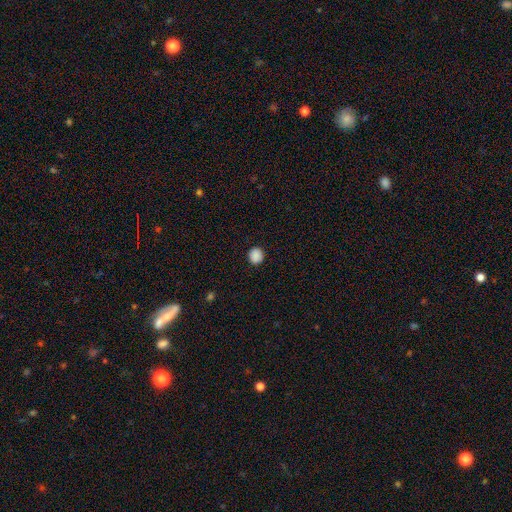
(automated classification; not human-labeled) Q: Smooth or featured?
A: smooth (89%); runner-up: star or artifact (9%)
Q: How rounded?
A: round (90%); runner-up: in between (9%)
Q: Merging?
A: none (92%); runner-up: minor disturbance (5%)